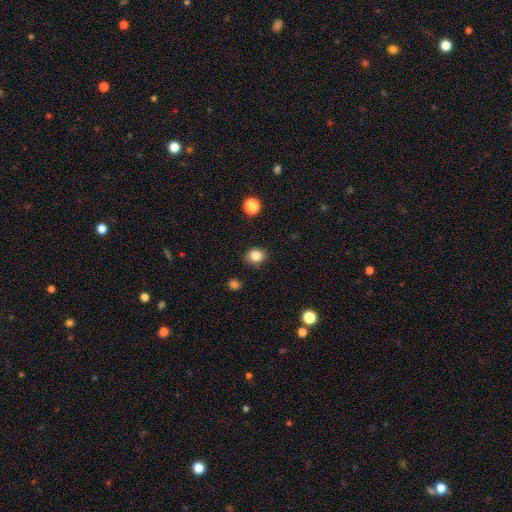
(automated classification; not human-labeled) Smooth or featured? Predicted: smooth (p=0.85). How rounded? Predicted: round (p=0.64). Merging? Predicted: none (p=0.86).